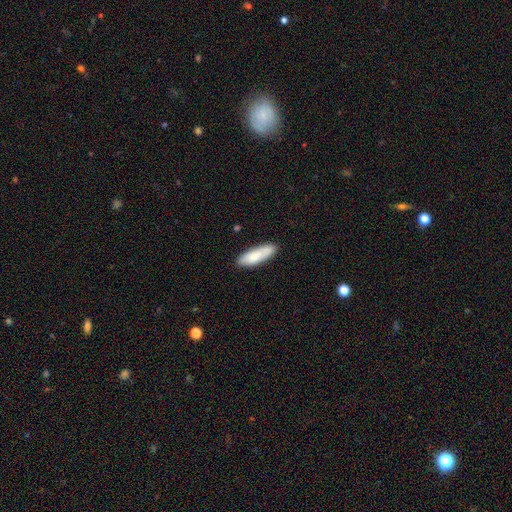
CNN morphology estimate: Smooth or featured: smooth — 79% (featured or disk — 15%)
How rounded: cigar-shaped — 49% (tied with in between — 49%)
Merging: none — 84% (minor disturbance — 12%)